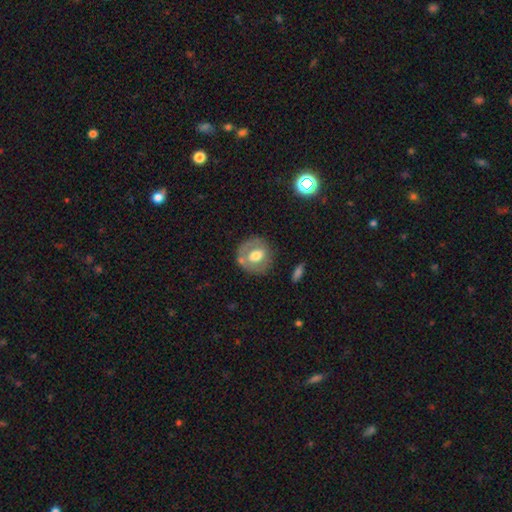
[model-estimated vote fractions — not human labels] Q: Smooth or featured?
A: smooth (51%); runner-up: featured or disk (42%)
Q: How rounded?
A: round (78%); runner-up: in between (21%)
Q: Merging?
A: none (69%); runner-up: minor disturbance (18%)